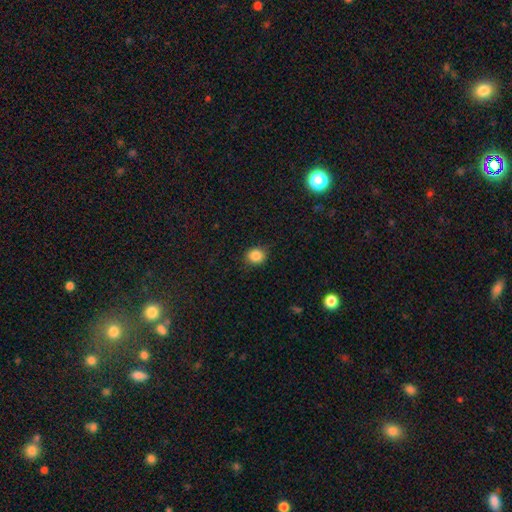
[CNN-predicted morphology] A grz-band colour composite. It shows a smooth galaxy with no disk features (85%) that is round (80%). Merging: none (86%).